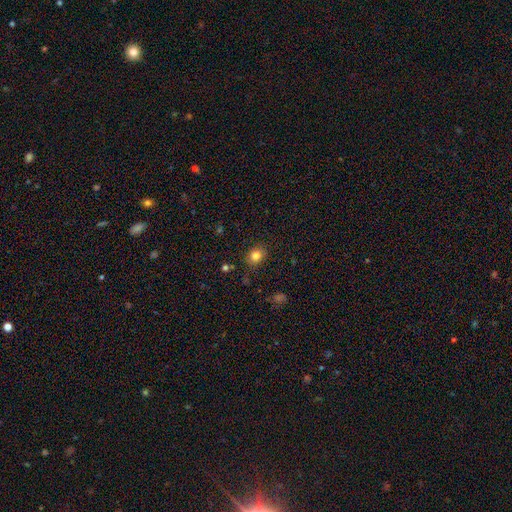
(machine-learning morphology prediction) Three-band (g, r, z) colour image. It shows a smooth galaxy with no disk features (83%) that is round (53%). Merging: none (85%).